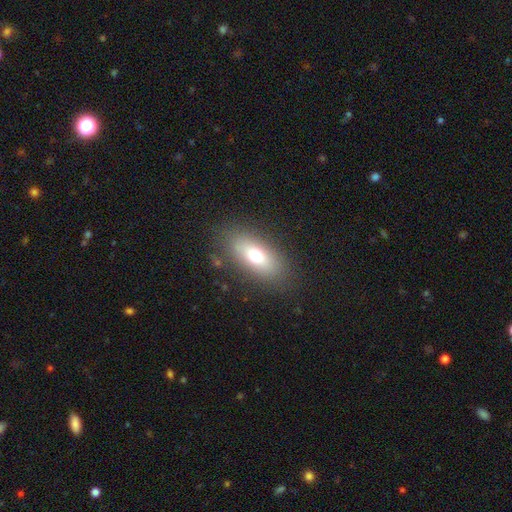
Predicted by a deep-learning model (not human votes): Overall: smooth (69%). How rounded: in between (83%). Merging: none (84%).